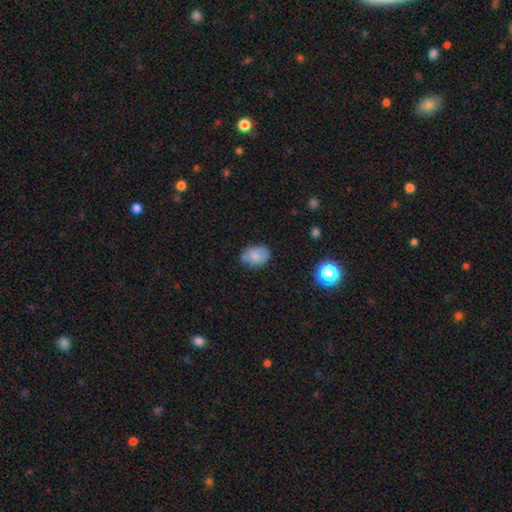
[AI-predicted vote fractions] Overall: smooth (73%). How rounded: in between (78%). Merging: none (65%; minor disturbance 26%).